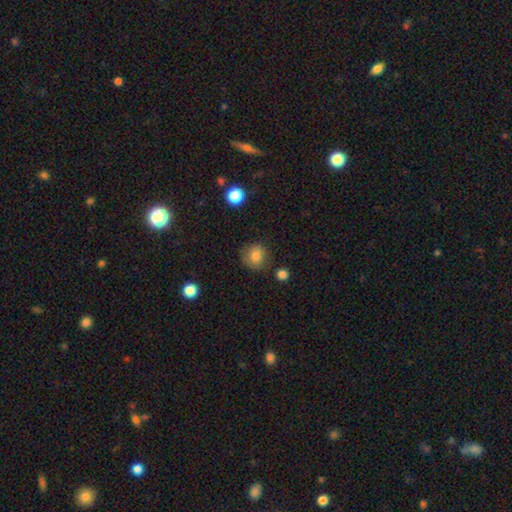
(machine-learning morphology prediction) smooth 80%, star or artifact 10%, featured or disk 10%. Down the decision tree: how rounded — round (88%); merging — none (76%).